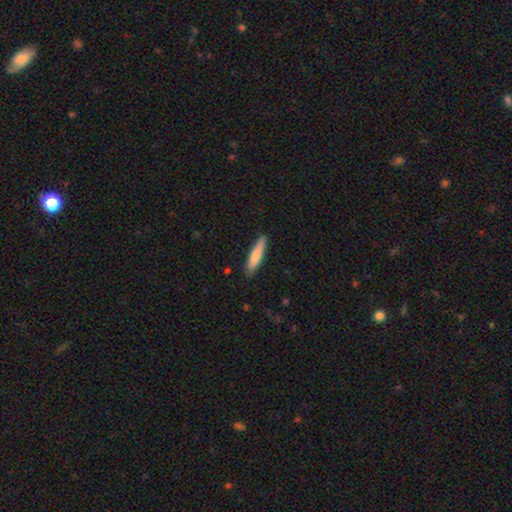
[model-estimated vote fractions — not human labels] Overall: smooth (77%). How rounded: cigar-shaped (85%). Merging: none (86%).